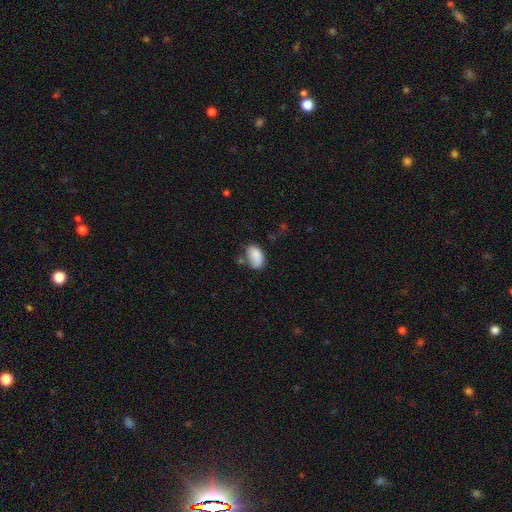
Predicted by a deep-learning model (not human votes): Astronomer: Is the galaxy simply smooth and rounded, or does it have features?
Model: smooth — 82%.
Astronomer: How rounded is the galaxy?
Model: in between — 90%.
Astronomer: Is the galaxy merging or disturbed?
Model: none — 48% (runner-up: minor disturbance, 29%).